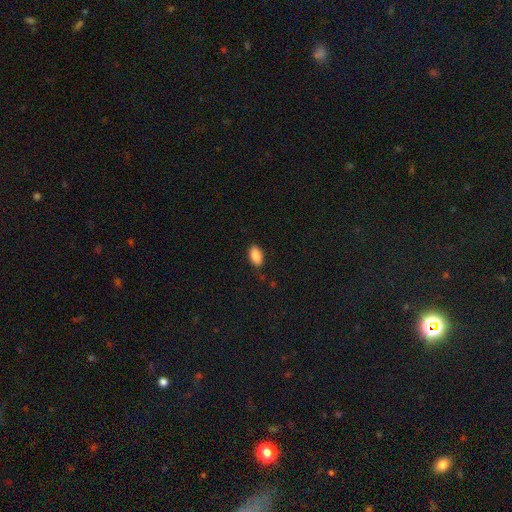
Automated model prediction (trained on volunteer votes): Smooth or featured?
  - smooth: 89% *
  - star or artifact: 7%
  - featured or disk: 4%
How rounded?
  - in between: 94% *
  - round: 4%
  - cigar-shaped: 3%
Merging?
  - none: 85% *
  - minor disturbance: 11%
  - major disturbance: 2%
  - merger: 1%